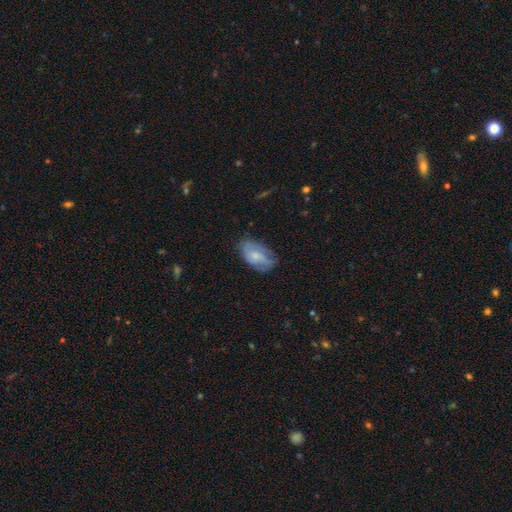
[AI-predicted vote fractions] Morphology: type=smooth (50%); roundness=in between (91%); merging=none (59%).